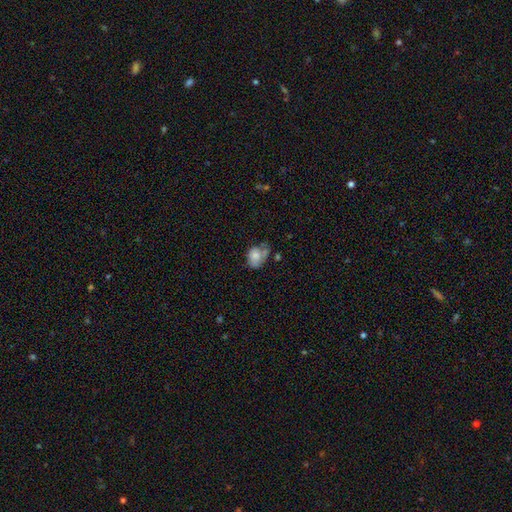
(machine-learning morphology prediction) Smooth or featured?
  - smooth: 70% *
  - featured or disk: 21%
  - star or artifact: 9%
How rounded?
  - in between: 63% *
  - round: 36%
  - cigar-shaped: 1%
Merging?
  - none: 32% * (tied)
  - minor disturbance: 32% * (tied)
  - major disturbance: 19%
  - merger: 17%